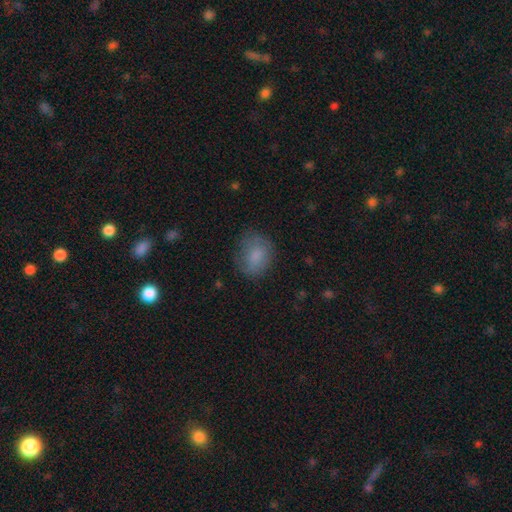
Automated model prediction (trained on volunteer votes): smooth_or_featured: smooth (p=0.80) [alt: featured or disk p=0.11]
how_rounded: round (p=0.50) [alt: in between p=0.48]
merging: none (p=0.69) [alt: minor disturbance p=0.22]